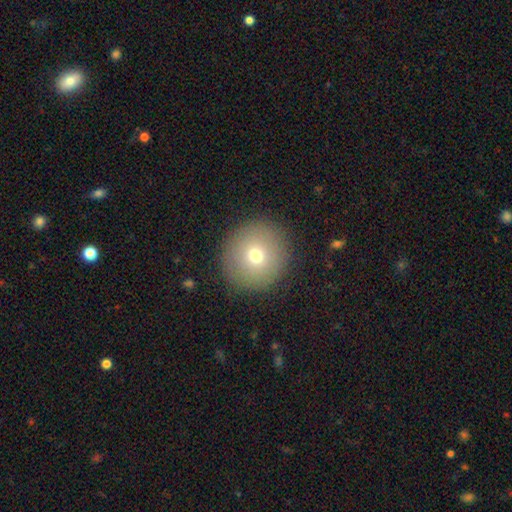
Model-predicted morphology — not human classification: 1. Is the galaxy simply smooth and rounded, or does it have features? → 71% smooth, 16% featured or disk, 13% star or artifact.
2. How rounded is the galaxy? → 95% round, 4% in between, 1% cigar-shaped.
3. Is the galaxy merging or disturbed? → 90% none, 6% minor disturbance, 3% major disturbance, 1% merger.